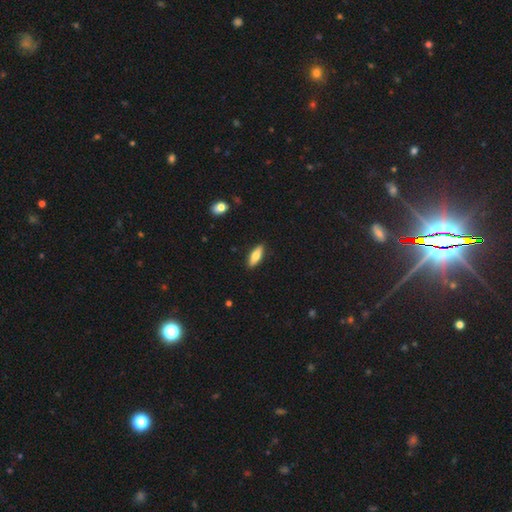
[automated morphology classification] smooth-or-featured: smooth: 69% | featured or disk: 25% | star or artifact: 6%
  how-rounded: in between: 53% | cigar-shaped: 45% | round: 2%
  merging: none: 89% | minor disturbance: 8% | major disturbance: 2% | merger: 1%